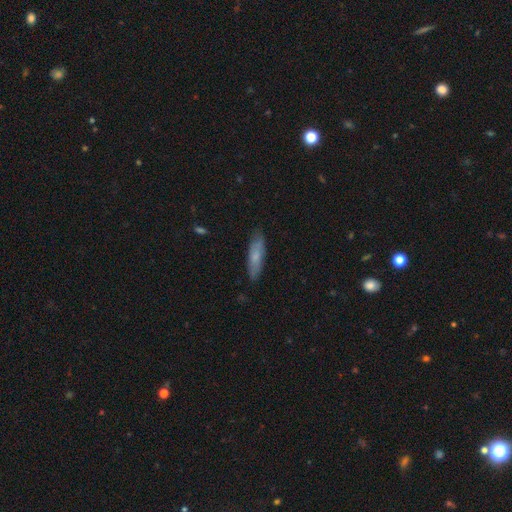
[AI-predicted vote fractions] smooth 70%, featured or disk 24%, star or artifact 6%. Down the decision tree: how rounded — cigar-shaped (65%); merging — none (84%).